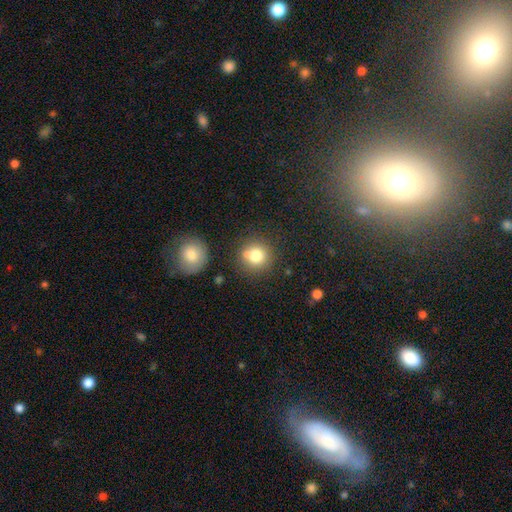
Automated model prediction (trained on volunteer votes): The model was most divided on "merging": none: 72%, merger: 15%, minor disturbance: 10%, major disturbance: 3%. More confident: how rounded — round (92%); smooth or featured — smooth (78%).